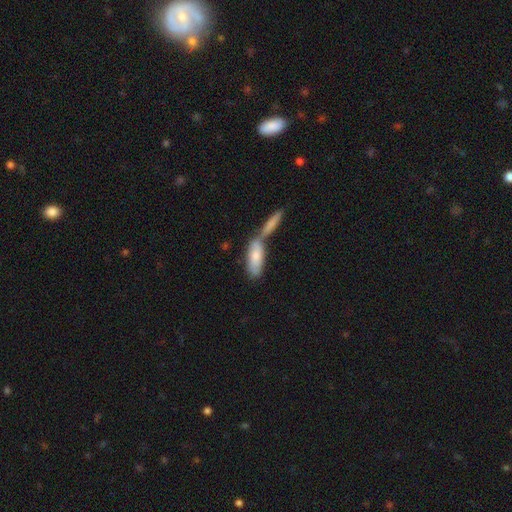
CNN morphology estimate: type=smooth (75%); roundness=in between (66%); merging=merger (53%).